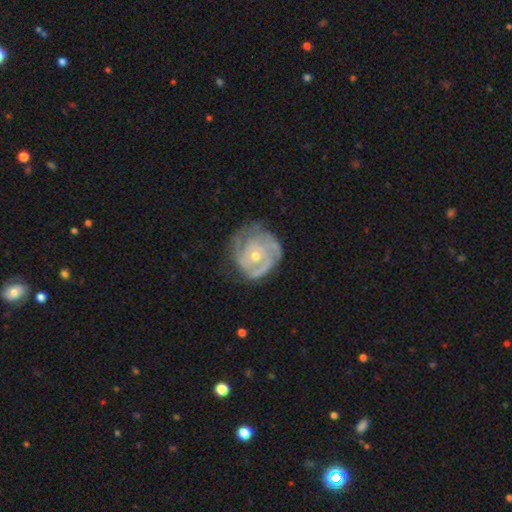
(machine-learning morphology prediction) Smooth or featured?
  - featured or disk: 82% *
  - smooth: 12%
  - star or artifact: 6%
Edge-on disk?
  - no: 98% *
  - yes: 2%
Bar?
  - no: 78% *
  - weak: 18%
  - strong: 4%
Spiral arms?
  - yes: 90% *
  - no: 10%
Spiral winding?
  - tight: 65% *
  - medium: 28%
  - loose: 8%
Spiral arm count?
  - can't tell: 32% *
  - 3: 28%
  - 2: 21%
  - 4: 9%
  - 1: 6%
  - more than 4: 5%
Bulge size?
  - small: 56% *
  - moderate: 42%
  - large: 1%
  - none: 1%
  - dominant: 1%
Merging?
  - none: 59% *
  - minor disturbance: 25%
  - major disturbance: 14%
  - merger: 2%